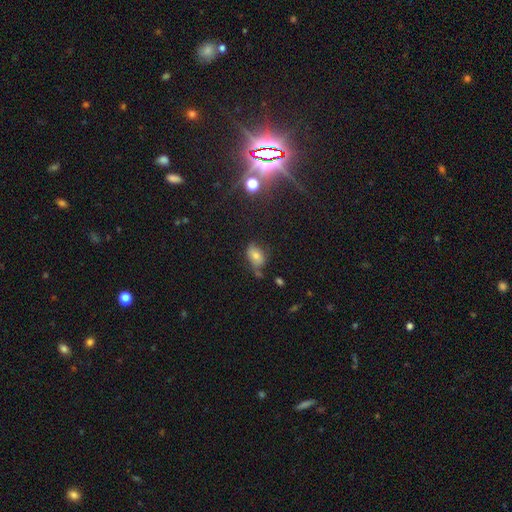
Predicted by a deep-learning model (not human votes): smooth_or_featured: smooth (p=0.65) [alt: star or artifact p=0.20]
how_rounded: in between (p=0.87) [alt: round p=0.10]
merging: none (p=0.59) [alt: minor disturbance p=0.25]